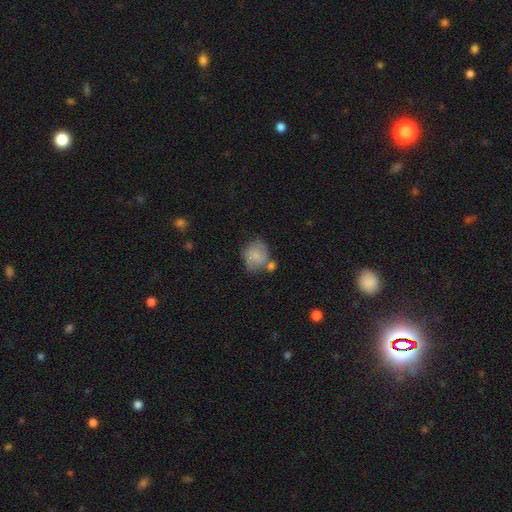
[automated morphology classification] This appears to be a smooth galaxy with no disk features (68%) that is round (59%). Merging: none (44%).